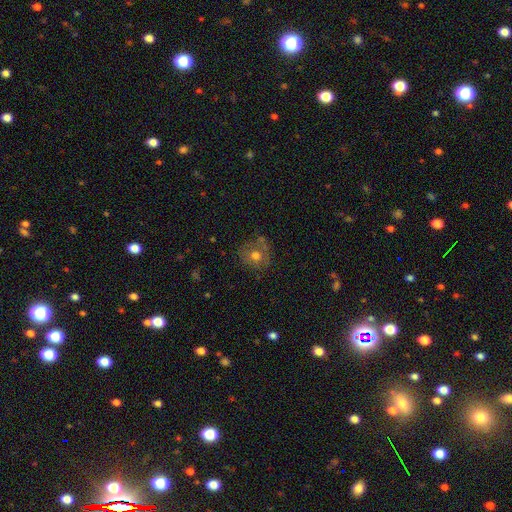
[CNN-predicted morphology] A smooth galaxy with no disk features (62%) that is round (81%).

Vote fractions:
- Smooth or featured? smooth: 62% / featured or disk: 26% / star or artifact: 12%
- How rounded? round: 81% / in between: 18% / cigar-shaped: 1%
- Merging? none: 63% / minor disturbance: 21% / major disturbance: 9% / merger: 7%